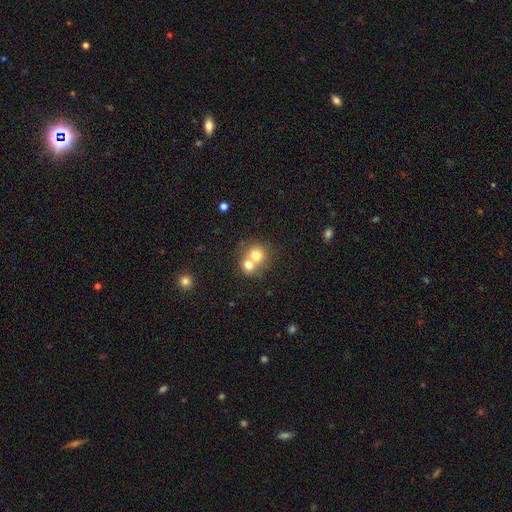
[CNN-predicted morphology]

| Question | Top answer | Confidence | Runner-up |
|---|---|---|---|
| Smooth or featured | smooth | 72% | featured or disk (18%) |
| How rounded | round | 79% | in between (20%) |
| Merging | merger | 63% | none (30%) |